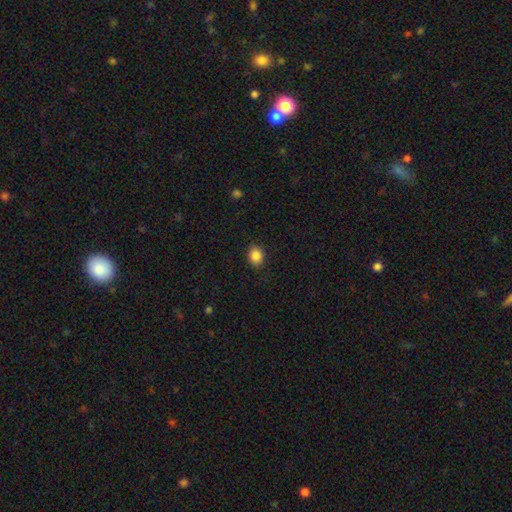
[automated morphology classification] smooth 87%, star or artifact 9%, featured or disk 4%. Down the decision tree: how rounded — in between (52%); merging — none (89%).